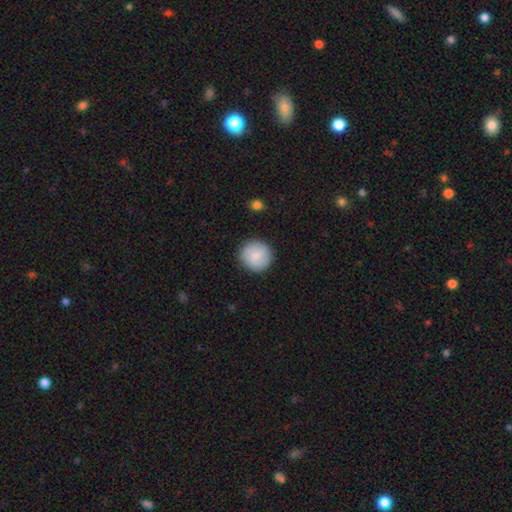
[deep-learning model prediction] Smooth or featured? Predicted: smooth (p=0.80). How rounded? Predicted: round (p=0.94). Merging? Predicted: none (p=0.89).